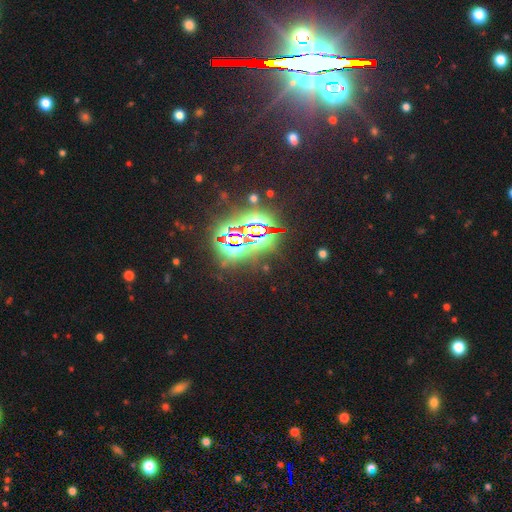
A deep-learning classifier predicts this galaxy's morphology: Smooth or featured?
  - star or artifact: 75% *
  - featured or disk: 13%
  - smooth: 12%